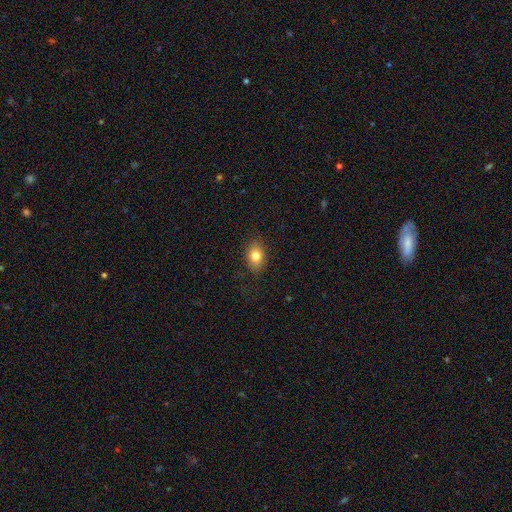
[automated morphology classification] This appears to be a smooth galaxy with no disk features (81%) that is in between round and cigar-shaped (76%). Merging: none (85%).